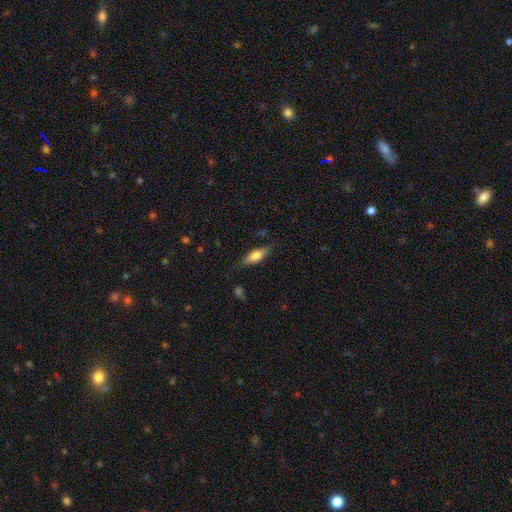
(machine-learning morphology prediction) smooth-or-featured: smooth: 72% | featured or disk: 21% | star or artifact: 7%
  how-rounded: in between: 63% | cigar-shaped: 34% | round: 2%
  merging: none: 75% | minor disturbance: 18% | major disturbance: 4% | merger: 2%